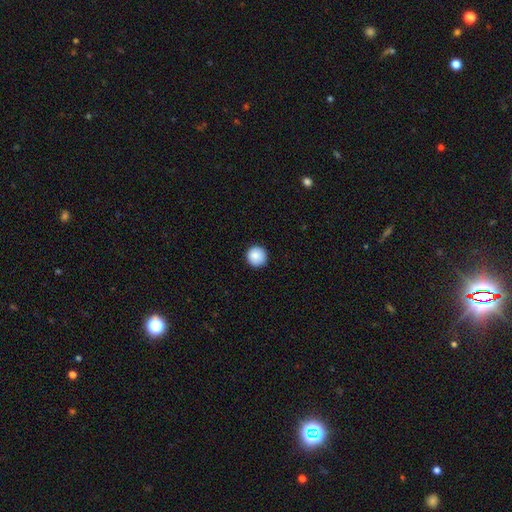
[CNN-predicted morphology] Smooth or featured: smooth — 88% (star or artifact — 8%)
How rounded: round — 96% (in between — 3%)
Merging: none — 92% (minor disturbance — 6%)